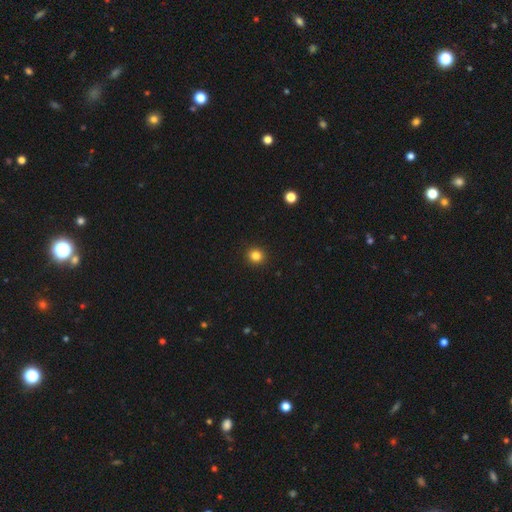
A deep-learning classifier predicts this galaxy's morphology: A smooth galaxy with no disk features (83%) that is round (91%). Merging: none (93%).